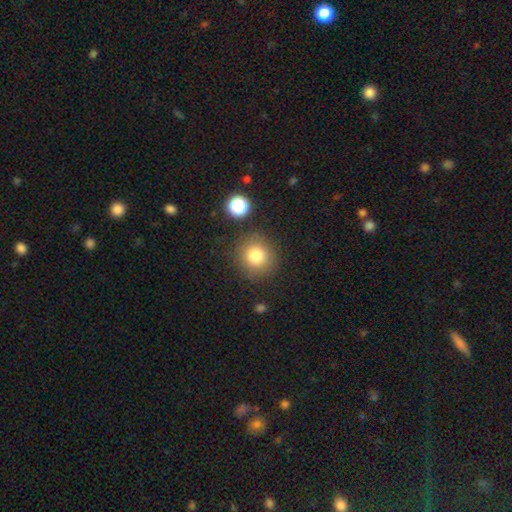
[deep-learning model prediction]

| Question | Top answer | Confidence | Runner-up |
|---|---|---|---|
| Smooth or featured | smooth | 80% | star or artifact (12%) |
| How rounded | round | 90% | in between (9%) |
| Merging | none | 84% | minor disturbance (9%) |